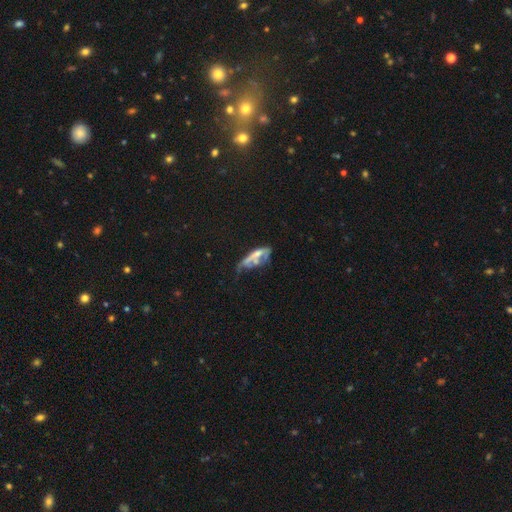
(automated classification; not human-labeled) Overall: featured or disk (49%; smooth 42%). Merging: major disturbance (34%; none 24%).